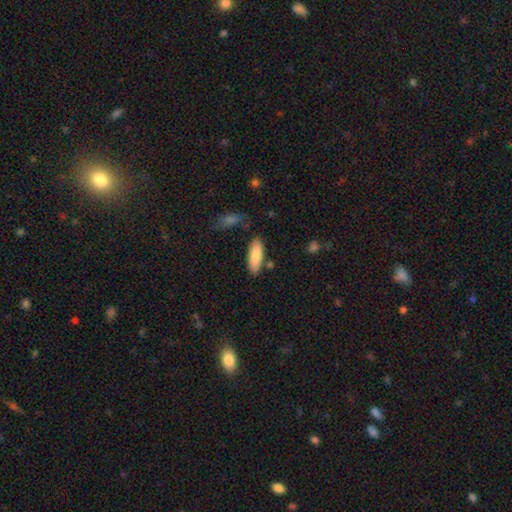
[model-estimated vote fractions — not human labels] smooth-or-featured: smooth: 84% | featured or disk: 11% | star or artifact: 6%
  how-rounded: in between: 66% | cigar-shaped: 32% | round: 2%
  merging: none: 78% | minor disturbance: 14% | merger: 5% | major disturbance: 3%